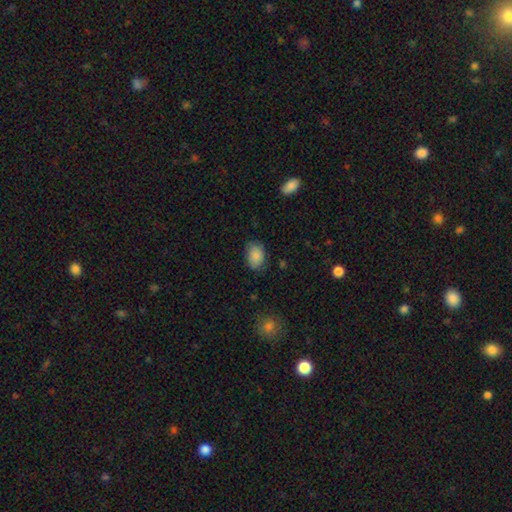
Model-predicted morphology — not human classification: smooth_or_featured: smooth (p=0.87) [alt: star or artifact p=0.07]
how_rounded: in between (p=0.79) [alt: round p=0.20]
merging: none (p=0.76) [alt: minor disturbance p=0.19]